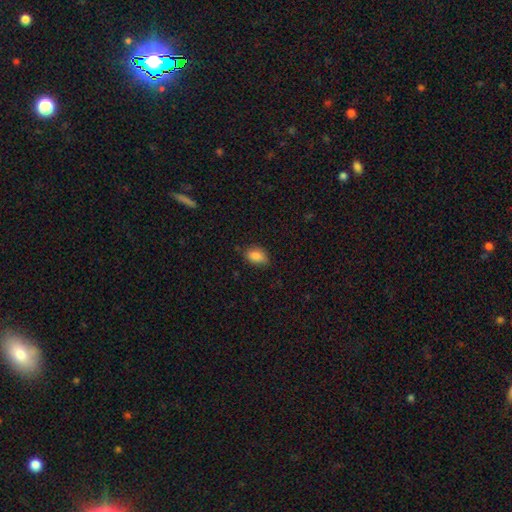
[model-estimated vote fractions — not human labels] smooth-or-featured: smooth: 85% | star or artifact: 8% | featured or disk: 7%
  how-rounded: in between: 85% | round: 13% | cigar-shaped: 2%
  merging: none: 76% | minor disturbance: 19% | major disturbance: 3% | merger: 1%